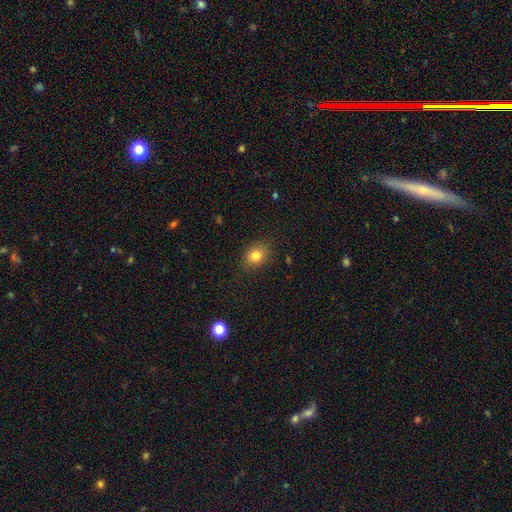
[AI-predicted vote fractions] This is clearly a smooth galaxy (82%). How rounded: possibly in between (55%). Merging: clearly none (85%).